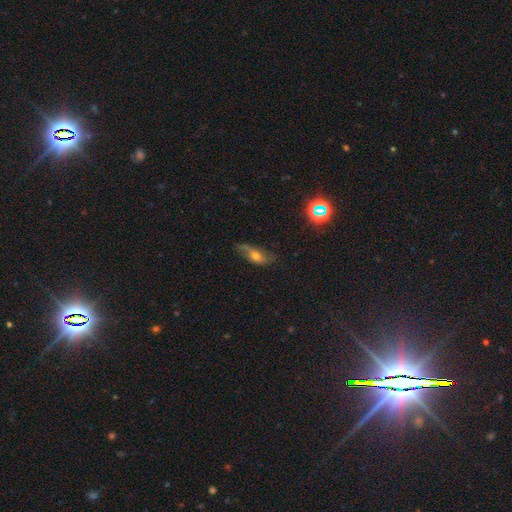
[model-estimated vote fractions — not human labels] Smooth or featured? Predicted: featured or disk (p=0.50). Edge-on disk? Predicted: no (p=0.75). Merging? Predicted: none (p=0.61).